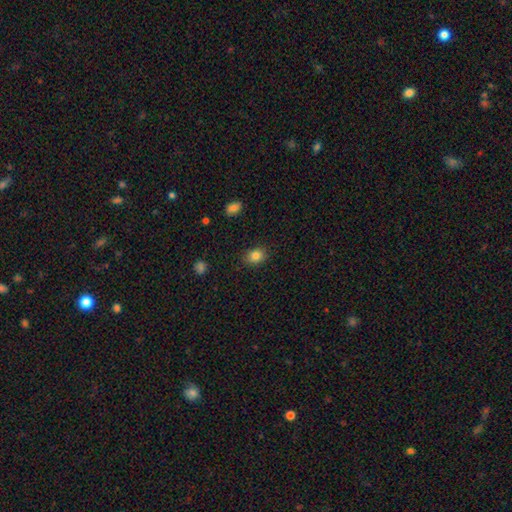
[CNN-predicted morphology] Q: Smooth or featured?
A: smooth (83%); runner-up: star or artifact (10%)
Q: How rounded?
A: in between (54%); runner-up: round (45%)
Q: Merging?
A: none (86%); runner-up: minor disturbance (10%)